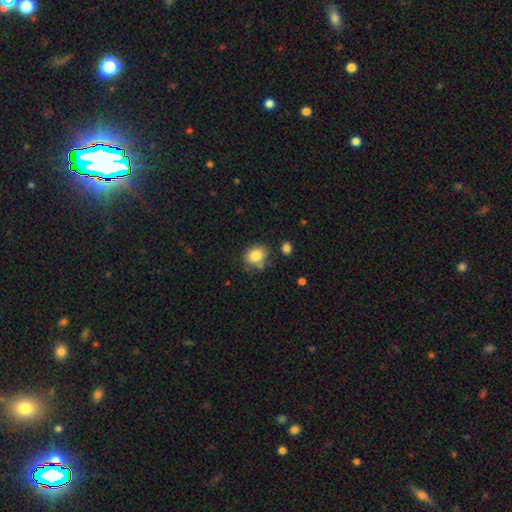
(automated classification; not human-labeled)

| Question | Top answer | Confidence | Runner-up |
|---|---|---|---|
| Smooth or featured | smooth | 84% | star or artifact (9%) |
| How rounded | round | 55% | in between (44%) |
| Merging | none | 70% | minor disturbance (16%) |